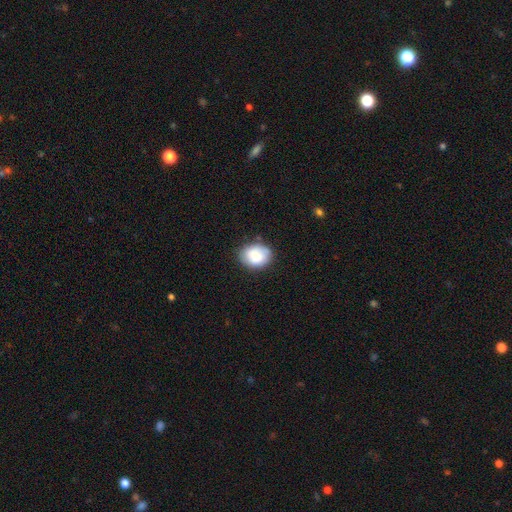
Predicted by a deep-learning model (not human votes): smooth-or-featured: smooth: 83% | featured or disk: 9% | star or artifact: 7%
  how-rounded: in between: 57% | round: 42% | cigar-shaped: 1%
  merging: none: 73% | minor disturbance: 20% | major disturbance: 4% | merger: 2%